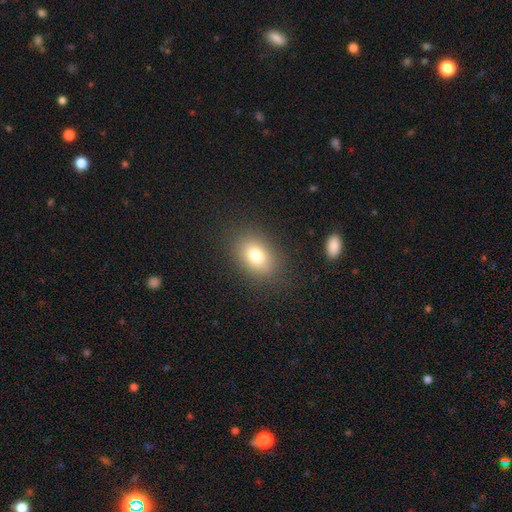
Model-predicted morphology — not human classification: Smooth or featured: smooth — 77% (star or artifact — 12%)
How rounded: in between — 74% (round — 25%)
Merging: none — 83% (minor disturbance — 11%)